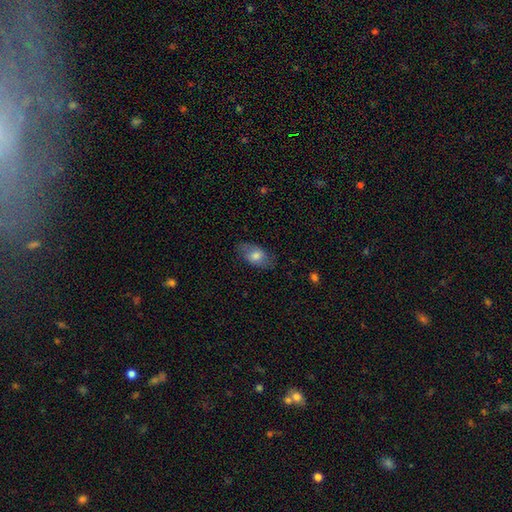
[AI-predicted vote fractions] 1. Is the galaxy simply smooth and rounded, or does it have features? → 71% smooth, 22% featured or disk, 7% star or artifact.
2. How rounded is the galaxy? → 91% in between, 7% round, 3% cigar-shaped.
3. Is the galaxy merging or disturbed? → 76% none, 18% minor disturbance, 5% major disturbance, 1% merger.